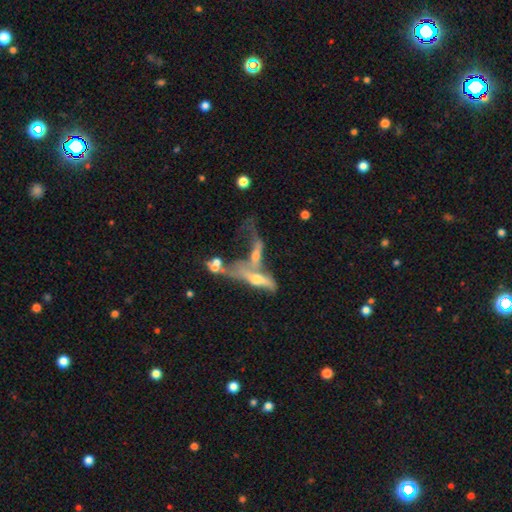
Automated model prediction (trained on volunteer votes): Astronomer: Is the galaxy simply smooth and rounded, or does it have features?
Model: featured or disk — 56%.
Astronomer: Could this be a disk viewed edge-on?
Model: no — 60% (runner-up: yes, 40%).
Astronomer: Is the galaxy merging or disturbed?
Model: merger — 63%.